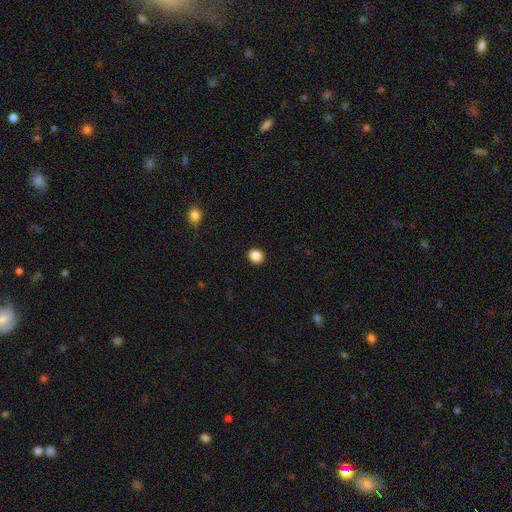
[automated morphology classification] Smooth or featured? Predicted: smooth (p=0.87). How rounded? Predicted: round (p=0.74). Merging? Predicted: none (p=0.92).